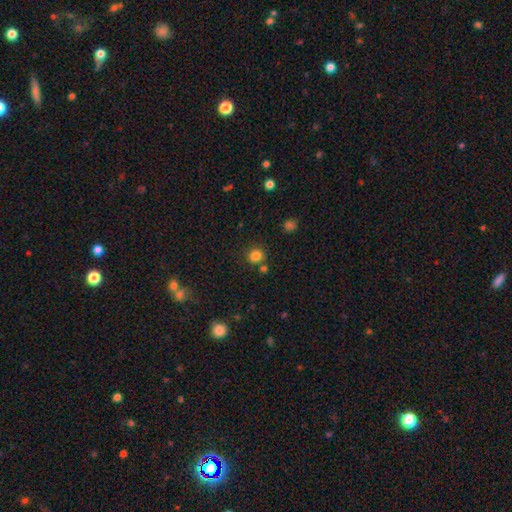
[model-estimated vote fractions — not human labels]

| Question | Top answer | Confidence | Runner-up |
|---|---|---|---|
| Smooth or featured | smooth | 82% | star or artifact (14%) |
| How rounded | round | 84% | in between (15%) |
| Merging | none | 77% | merger (10%) |